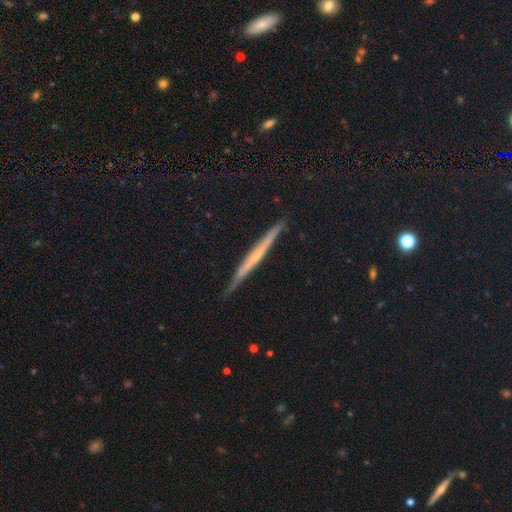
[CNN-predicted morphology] smooth-or-featured: featured or disk: 63% | smooth: 27% | star or artifact: 10%
  disk-edge-on: yes: 97% | no: 3%
    edge-on-bulge: none: 67% | rounded: 27% | boxy: 6%
  merging: none: 87% | minor disturbance: 11% | major disturbance: 2% | merger: 1%